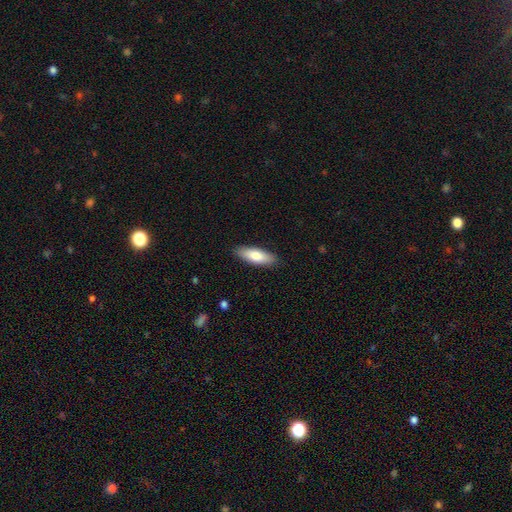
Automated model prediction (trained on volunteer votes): smooth_or_featured: smooth (p=0.79) [alt: featured or disk p=0.15]
how_rounded: in between (p=0.60) [alt: cigar-shaped p=0.39]
merging: none (p=0.89) [alt: minor disturbance p=0.09]